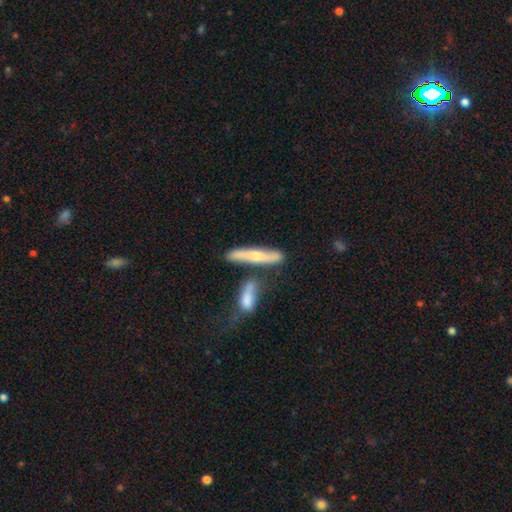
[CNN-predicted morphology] A featured or disk galaxy (51%) viewed edge-on (75%).

Vote fractions:
- Smooth or featured? featured or disk: 51% / smooth: 43% / star or artifact: 7%
- Edge-on disk? yes: 75% / no: 25%
- Merging? none: 55% / merger: 25% / minor disturbance: 14% / major disturbance: 5%